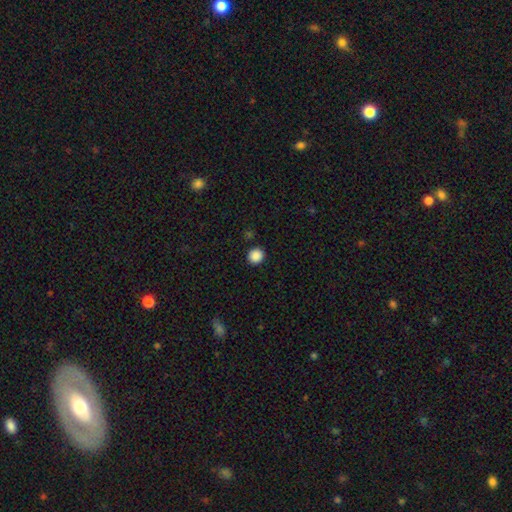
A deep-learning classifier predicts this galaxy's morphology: Smooth or featured?
  - smooth: 88% *
  - star or artifact: 9%
  - featured or disk: 2%
How rounded?
  - round: 90% *
  - in between: 9%
  - cigar-shaped: 1%
Merging?
  - none: 91% *
  - minor disturbance: 5%
  - major disturbance: 2%
  - merger: 2%